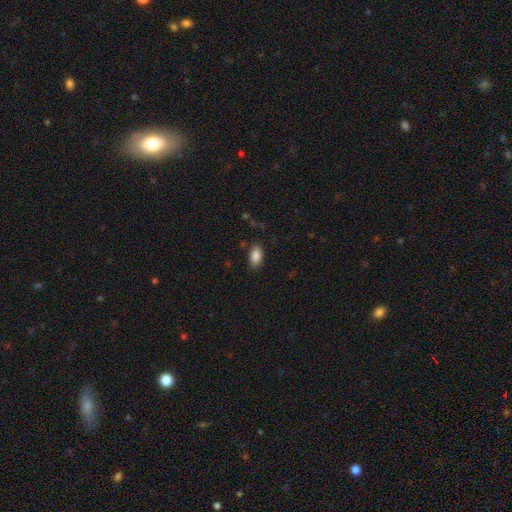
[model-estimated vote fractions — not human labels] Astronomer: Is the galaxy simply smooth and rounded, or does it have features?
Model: smooth — 87%.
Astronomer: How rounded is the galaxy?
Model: in between — 92%.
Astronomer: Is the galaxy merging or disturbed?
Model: none — 85%.